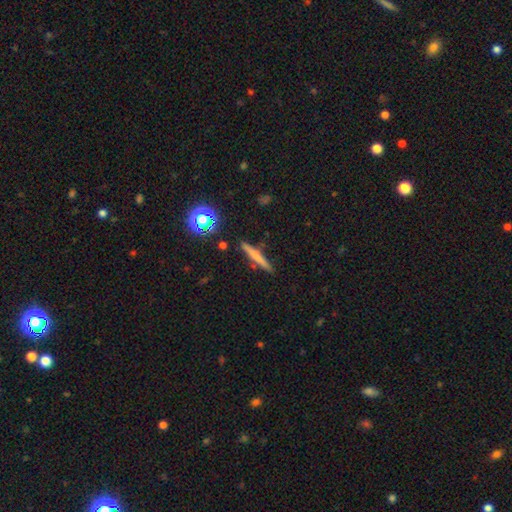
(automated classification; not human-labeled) Q: Smooth or featured?
A: smooth (55%); runner-up: featured or disk (35%)
Q: How rounded?
A: cigar-shaped (92%); runner-up: in between (5%)
Q: Merging?
A: none (87%); runner-up: minor disturbance (8%)